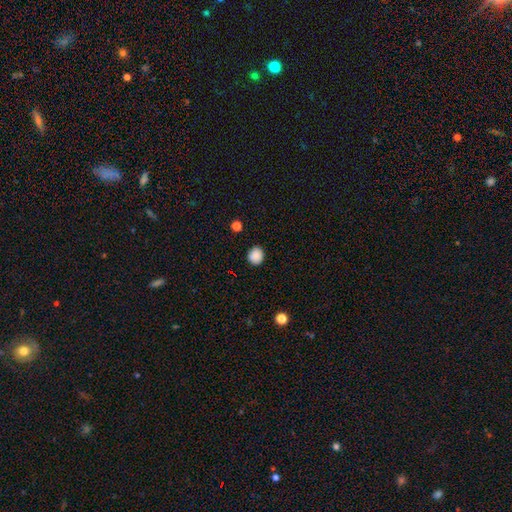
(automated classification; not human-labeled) Morphology: type=smooth (88%); roundness=round (82%); merging=none (89%).